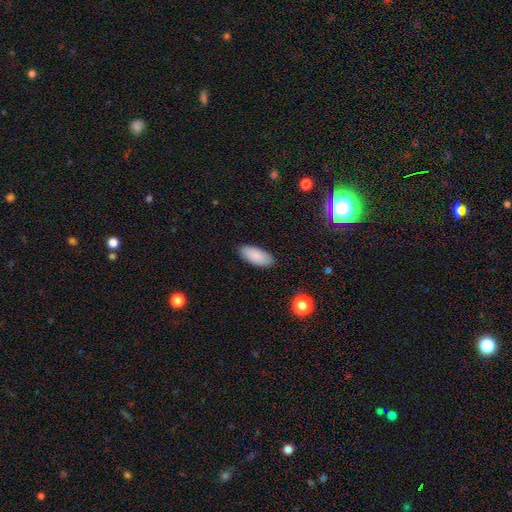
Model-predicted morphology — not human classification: Smooth or featured? Predicted: smooth (p=0.88). How rounded? Predicted: in between (p=0.88). Merging? Predicted: none (p=0.88).